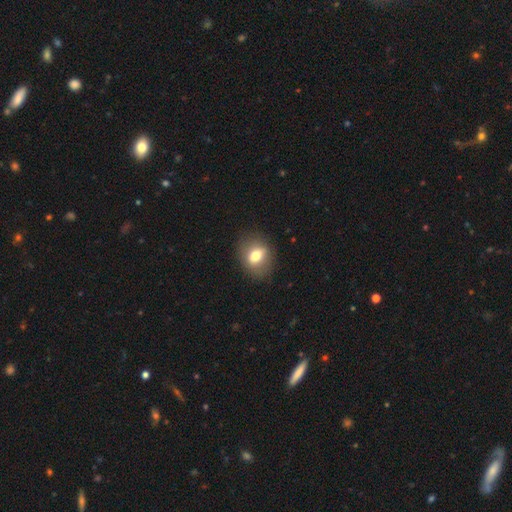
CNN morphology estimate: Overall: smooth (68%). How rounded: in between (55%; round 43%). Merging: none (81%).